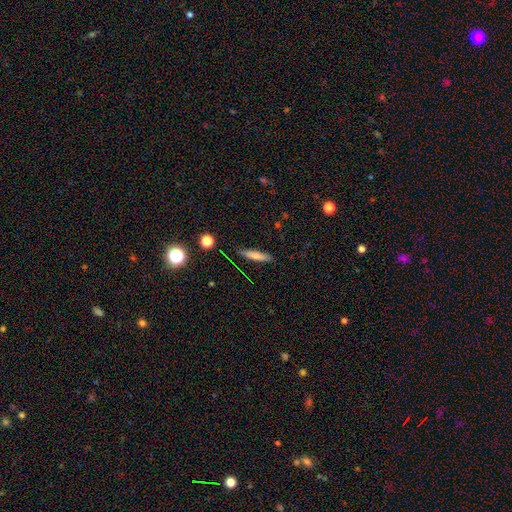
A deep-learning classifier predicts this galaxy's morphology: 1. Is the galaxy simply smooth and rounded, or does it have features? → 70% smooth, 22% featured or disk, 9% star or artifact.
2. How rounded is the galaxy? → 83% cigar-shaped, 15% in between, 2% round.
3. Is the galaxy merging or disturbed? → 81% none, 14% minor disturbance, 3% major disturbance, 2% merger.